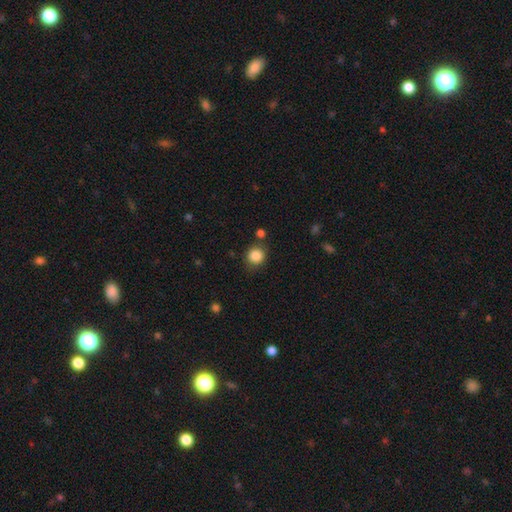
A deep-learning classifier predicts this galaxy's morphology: This is clearly a smooth galaxy (86%). How rounded: clearly round (86%). Merging: likely none (79%).